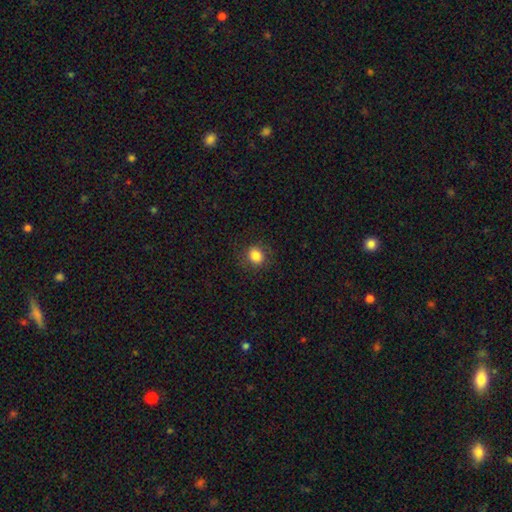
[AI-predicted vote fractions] smooth 84%, star or artifact 11%, featured or disk 6%. Down the decision tree: how rounded — round (73%); merging — none (84%).